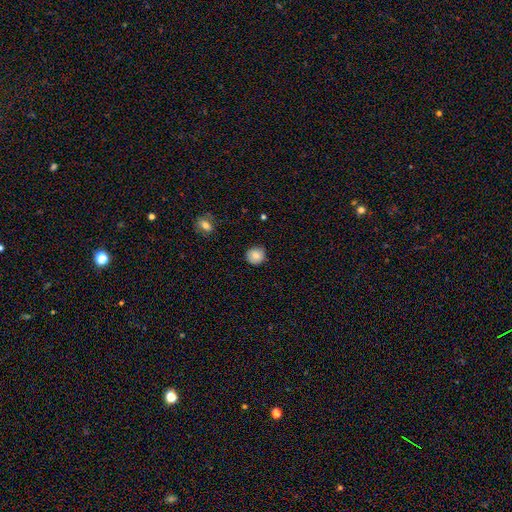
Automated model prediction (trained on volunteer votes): Smooth or featured? Predicted: smooth (p=0.82). How rounded? Predicted: round (p=0.88). Merging? Predicted: none (p=0.84).